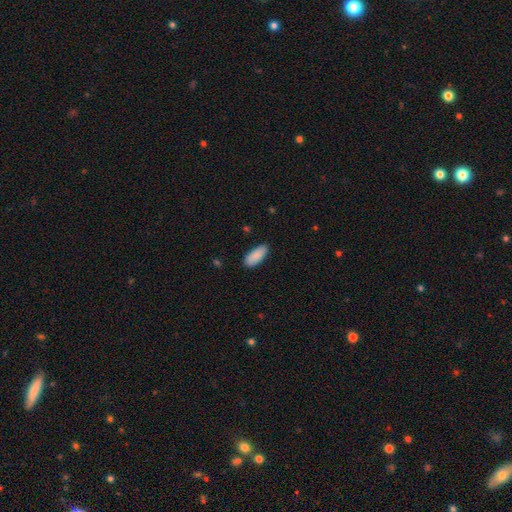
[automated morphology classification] A smooth galaxy with no disk features (89%) that is in between round and cigar-shaped (84%).

Vote fractions:
- Smooth or featured? smooth: 89% / star or artifact: 6% / featured or disk: 5%
- How rounded? in between: 84% / cigar-shaped: 14% / round: 2%
- Merging? none: 85% / minor disturbance: 12% / major disturbance: 2% / merger: 1%